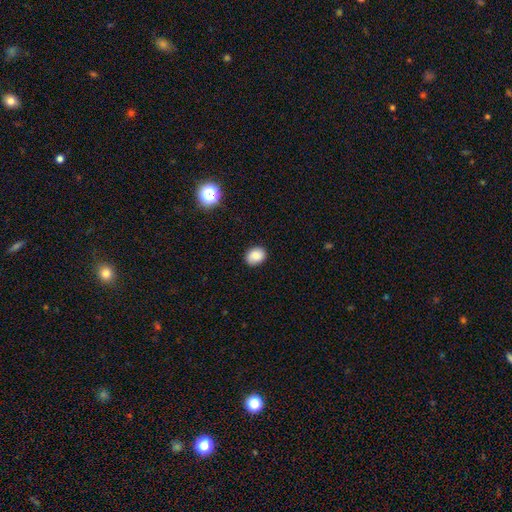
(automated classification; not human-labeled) smooth-or-featured: smooth: 85% | star or artifact: 9% | featured or disk: 6%
  how-rounded: in between: 55% | round: 44% | cigar-shaped: 1%
  merging: none: 86% | minor disturbance: 10% | major disturbance: 2% | merger: 1%